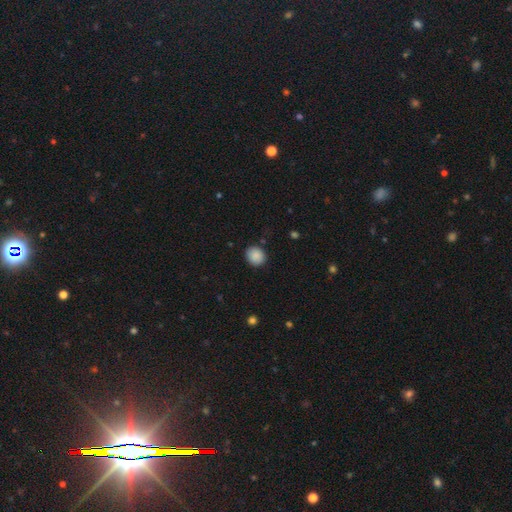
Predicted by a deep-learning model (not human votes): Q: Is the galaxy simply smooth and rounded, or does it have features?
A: smooth — 88%.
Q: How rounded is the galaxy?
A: round — 77%.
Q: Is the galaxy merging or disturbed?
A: none — 88%.